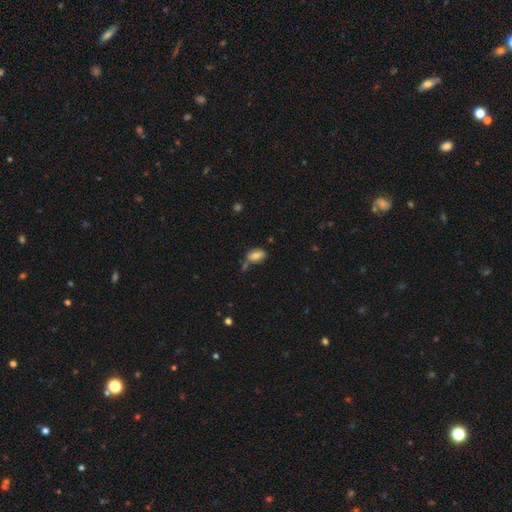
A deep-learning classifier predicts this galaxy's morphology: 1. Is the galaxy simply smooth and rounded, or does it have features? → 76% smooth, 14% featured or disk, 9% star or artifact.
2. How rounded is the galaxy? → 88% in between, 7% round, 4% cigar-shaped.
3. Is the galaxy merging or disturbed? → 58% none, 22% minor disturbance, 14% merger, 6% major disturbance.